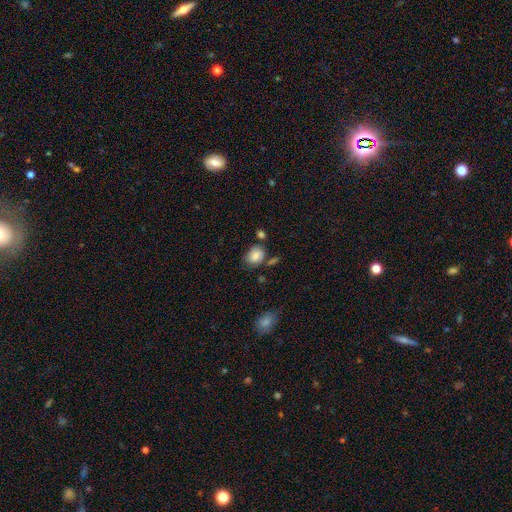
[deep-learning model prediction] smooth 82%, featured or disk 9%, star or artifact 9%. Down the decision tree: how rounded — in between (60%); merging — none (60%).